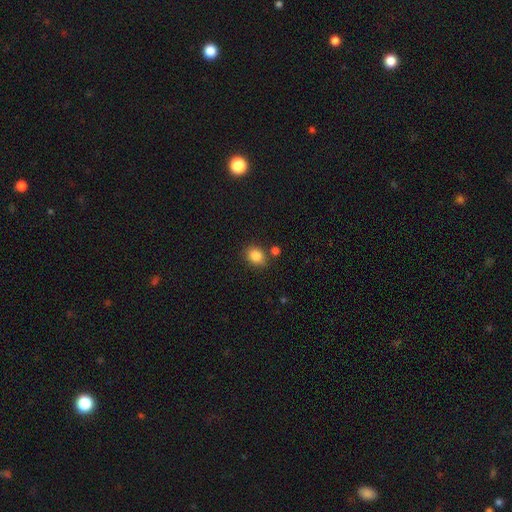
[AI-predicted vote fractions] A smooth galaxy with no disk features (85%) that is round (51%).

Vote fractions:
- Smooth or featured? smooth: 85% / star or artifact: 10% / featured or disk: 5%
- How rounded? round: 51% / in between: 48% / cigar-shaped: 1%
- Merging? none: 76% / minor disturbance: 12% / merger: 9% / major disturbance: 3%